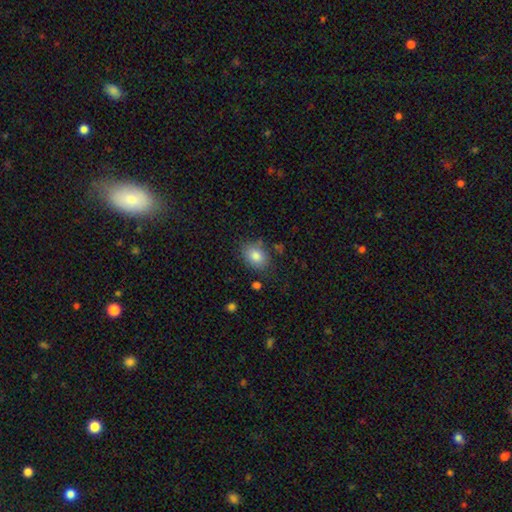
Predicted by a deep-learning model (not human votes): The model was most divided on "how rounded": in between: 67%, round: 32%, cigar-shaped: 1%. More confident: smooth or featured — smooth (83%); merging — none (76%).